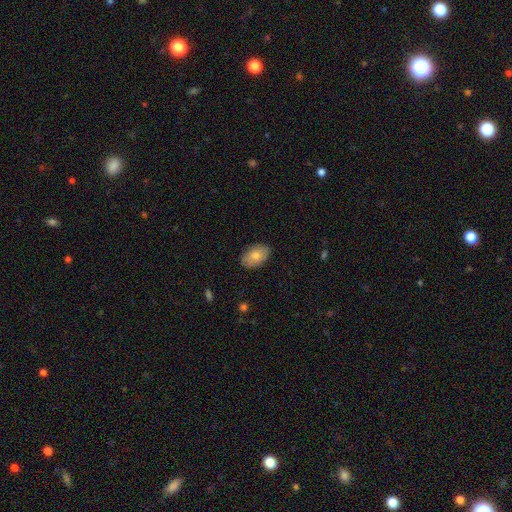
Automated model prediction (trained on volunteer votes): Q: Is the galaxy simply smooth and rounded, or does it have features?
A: smooth — 78%.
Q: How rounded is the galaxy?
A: in between — 89%.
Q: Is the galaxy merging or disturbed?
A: none — 84%.